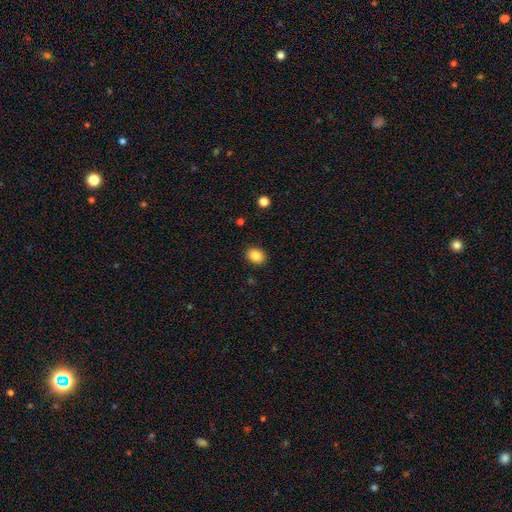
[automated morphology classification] This is clearly a smooth galaxy (87%). How rounded: possibly in between (56%). Merging: clearly none (89%).